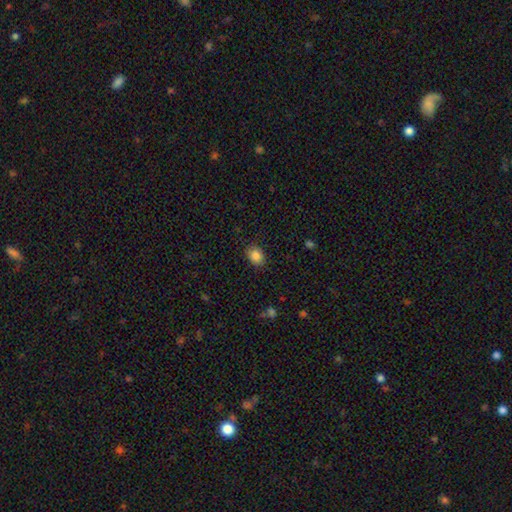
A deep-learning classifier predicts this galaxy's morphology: A smooth galaxy with no disk features (86%) that is in between round and cigar-shaped (52%).

Vote fractions:
- Smooth or featured? smooth: 86% / star or artifact: 10% / featured or disk: 4%
- How rounded? in between: 52% / round: 47% / cigar-shaped: 1%
- Merging? none: 85% / minor disturbance: 11% / major disturbance: 3% / merger: 1%